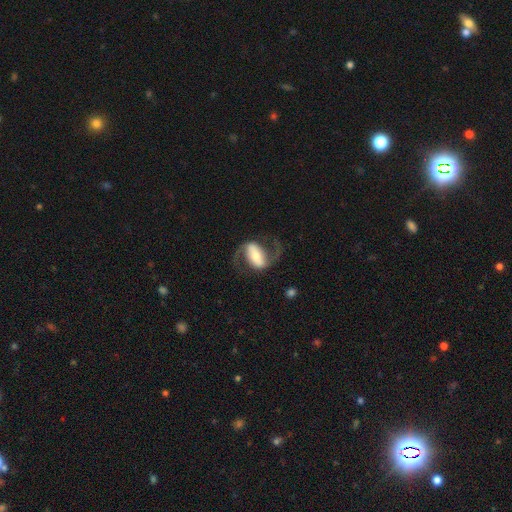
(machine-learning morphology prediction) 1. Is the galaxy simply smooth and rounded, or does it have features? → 84% featured or disk, 11% smooth, 5% star or artifact.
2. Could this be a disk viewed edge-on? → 96% no, 4% yes.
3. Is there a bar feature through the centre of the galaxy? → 56% strong, 27% weak, 17% no.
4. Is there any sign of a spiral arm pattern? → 94% yes, 6% no.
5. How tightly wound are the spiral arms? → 51% loose, 40% medium, 9% tight.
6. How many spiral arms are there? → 92% 2, 3% 1, 2% can't tell, 1% 3, 1% 4, 1% more than 4.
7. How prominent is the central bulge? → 44% moderate, 35% small, 14% large, 4% dominant, 3% none.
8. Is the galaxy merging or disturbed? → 72% none, 13% major disturbance, 13% minor disturbance, 2% merger.